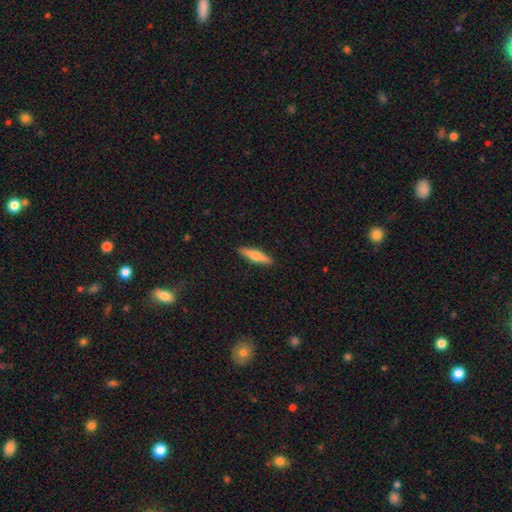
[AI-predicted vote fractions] smooth-or-featured: smooth: 56% | featured or disk: 38% | star or artifact: 6%
  how-rounded: cigar-shaped: 80% | in between: 18% | round: 2%
  merging: none: 90% | minor disturbance: 7% | major disturbance: 2% | merger: 1%